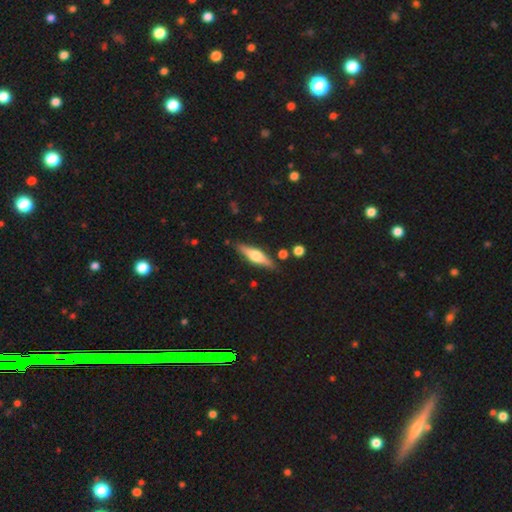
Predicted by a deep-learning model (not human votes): Q: Smooth or featured?
A: featured or disk (59%); runner-up: smooth (35%)
Q: Edge-on disk?
A: yes (94%); runner-up: no (6%)
Q: Edge-on bulge?
A: rounded (93%); runner-up: boxy (5%)
Q: Merging?
A: none (86%); runner-up: minor disturbance (9%)